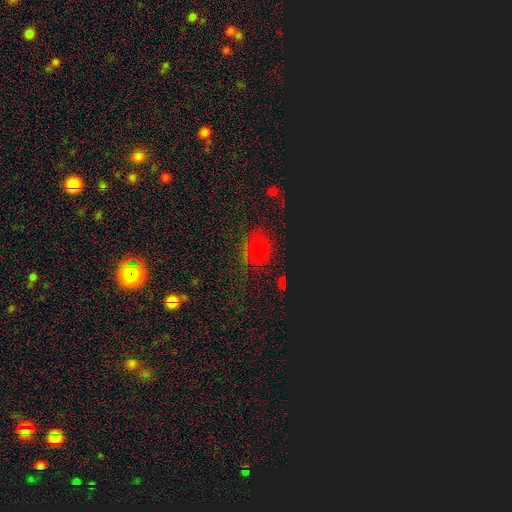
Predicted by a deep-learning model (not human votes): Smooth or featured: smooth — 50% (star or artifact — 41%)
Merging: none — 70% (minor disturbance — 18%)